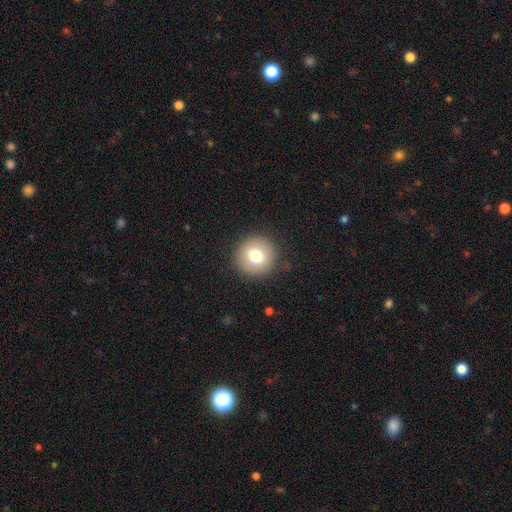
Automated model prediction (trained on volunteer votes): A smooth galaxy with no disk features (76%) that is round (94%).

Vote fractions:
- Smooth or featured? smooth: 76% / featured or disk: 14% / star or artifact: 10%
- How rounded? round: 94% / in between: 5% / cigar-shaped: 1%
- Merging? none: 90% / minor disturbance: 6% / major disturbance: 2% / merger: 1%